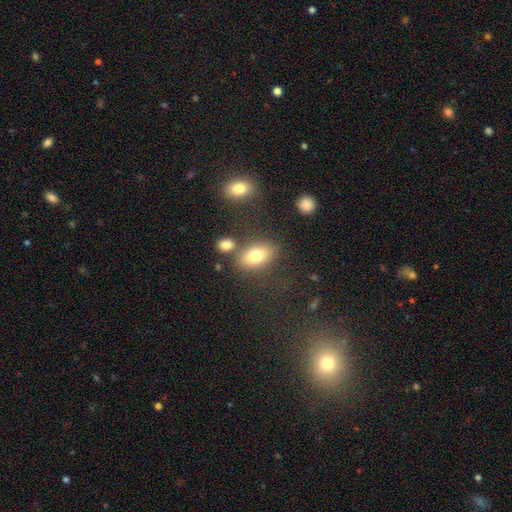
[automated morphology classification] This is likely a smooth galaxy (77%). How rounded: clearly in between (83%). Merging: likely none (69%).